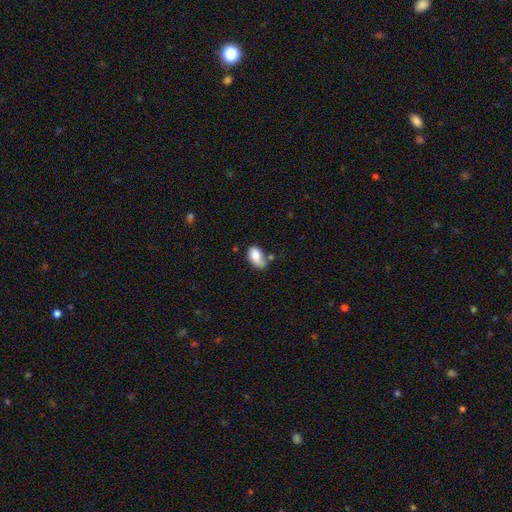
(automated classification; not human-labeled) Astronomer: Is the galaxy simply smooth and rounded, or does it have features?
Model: smooth — 80%.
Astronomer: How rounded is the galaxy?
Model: in between — 91%.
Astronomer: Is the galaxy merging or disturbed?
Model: none — 42% (runner-up: minor disturbance, 31%).